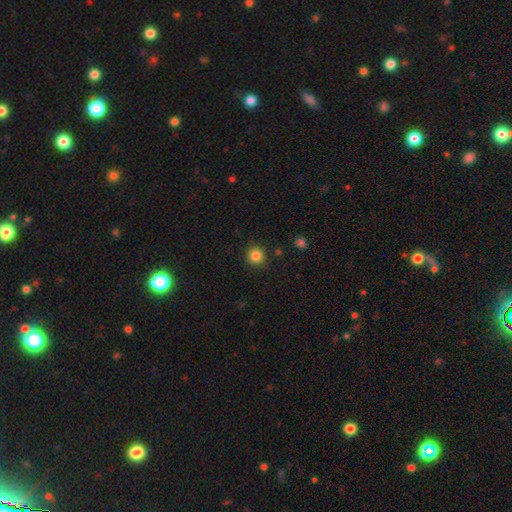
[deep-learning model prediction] This is clearly a smooth galaxy (84%). How rounded: clearly round (93%). Merging: clearly none (89%).